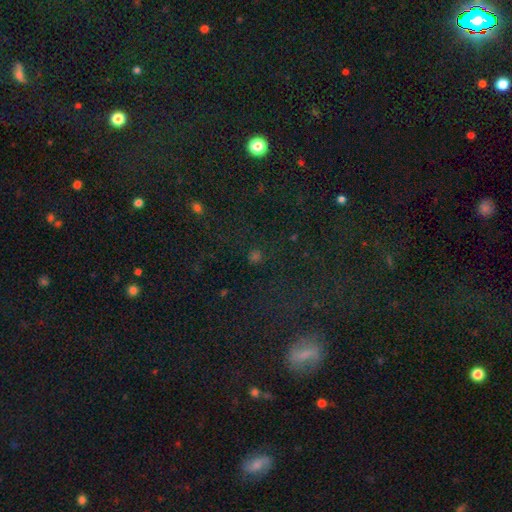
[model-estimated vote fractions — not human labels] The model was most divided on "smooth or featured": star or artifact: 52%, smooth: 38%, featured or disk: 10%.